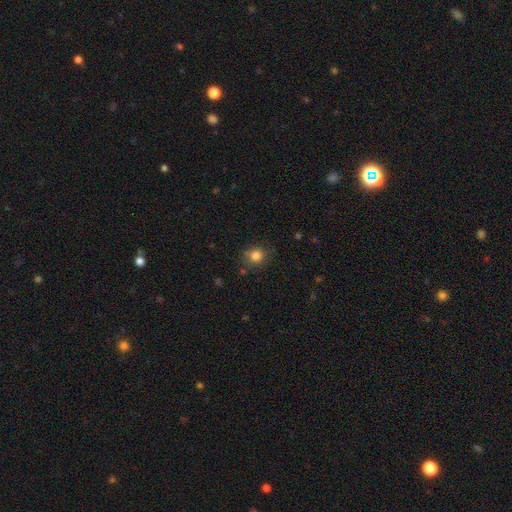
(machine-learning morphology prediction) This appears to be a smooth galaxy with no disk features (82%) that is round (86%). Merging: none (81%).